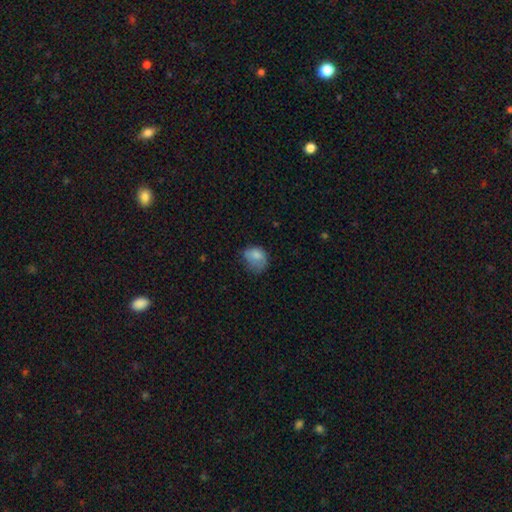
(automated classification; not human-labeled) Smooth or featured? Predicted: smooth (p=0.76). How rounded? Predicted: in between (p=0.52). Merging? Predicted: none (p=0.40).